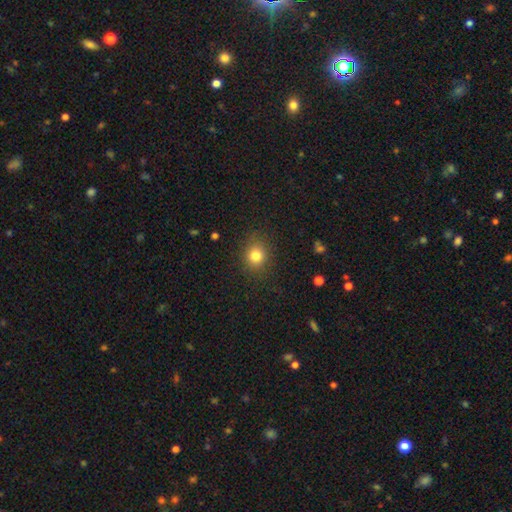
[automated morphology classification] smooth 81%, star or artifact 12%, featured or disk 6%. Down the decision tree: how rounded — round (75%); merging — none (86%).